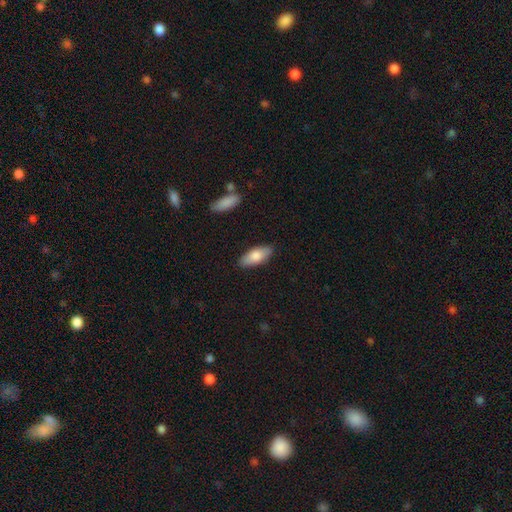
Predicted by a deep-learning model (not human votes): Smooth or featured? smooth (78%)
How rounded? in between (82%)
Merging? none (87%)